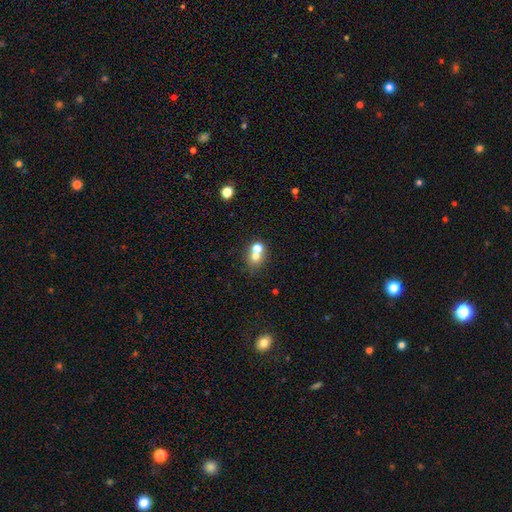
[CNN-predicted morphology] smooth-or-featured: smooth: 68% | featured or disk: 17% | star or artifact: 15%
  how-rounded: round: 68% | in between: 31% | cigar-shaped: 1%
  merging: merger: 53% | none: 37% | minor disturbance: 7% | major disturbance: 3%